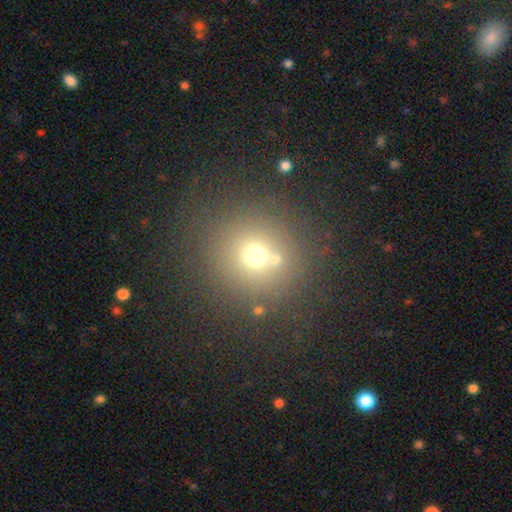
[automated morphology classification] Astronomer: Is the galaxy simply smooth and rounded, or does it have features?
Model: smooth — 65%.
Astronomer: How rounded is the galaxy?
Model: round — 93%.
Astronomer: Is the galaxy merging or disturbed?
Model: none — 71%.